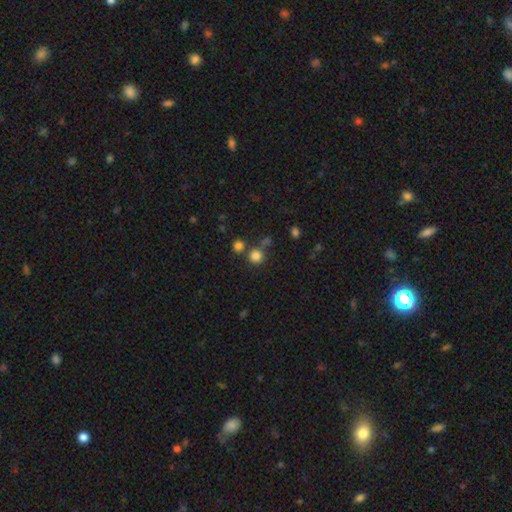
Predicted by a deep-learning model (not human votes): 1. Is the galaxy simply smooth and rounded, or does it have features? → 80% smooth, 15% star or artifact, 5% featured or disk.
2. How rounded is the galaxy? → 92% round, 7% in between, 1% cigar-shaped.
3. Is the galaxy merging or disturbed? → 71% none, 17% merger, 8% minor disturbance, 4% major disturbance.